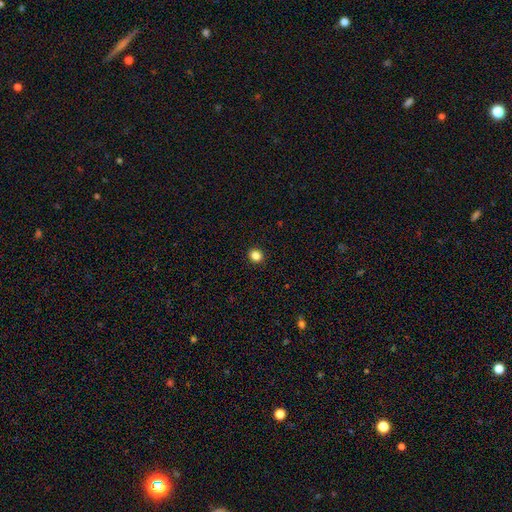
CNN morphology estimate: Smooth or featured: smooth — 84% (star or artifact — 12%)
How rounded: round — 81% (in between — 18%)
Merging: none — 93% (minor disturbance — 5%)